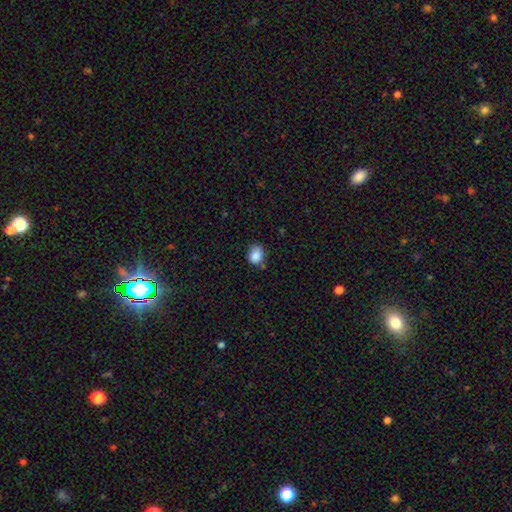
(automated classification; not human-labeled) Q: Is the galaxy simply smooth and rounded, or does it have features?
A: smooth — 87%.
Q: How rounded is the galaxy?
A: round — 55%.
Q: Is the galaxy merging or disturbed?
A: none — 68%.